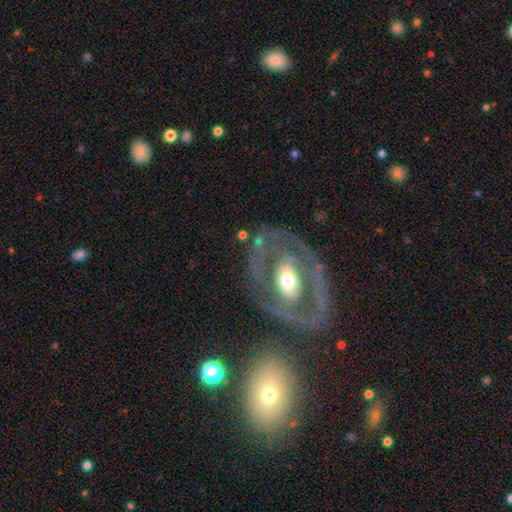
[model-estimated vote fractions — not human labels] This appears to be a featured or disk galaxy (79%) with no bar (41%), no spiral arms (54%) and a moderate central bulge (68%). Merging: none (70%).